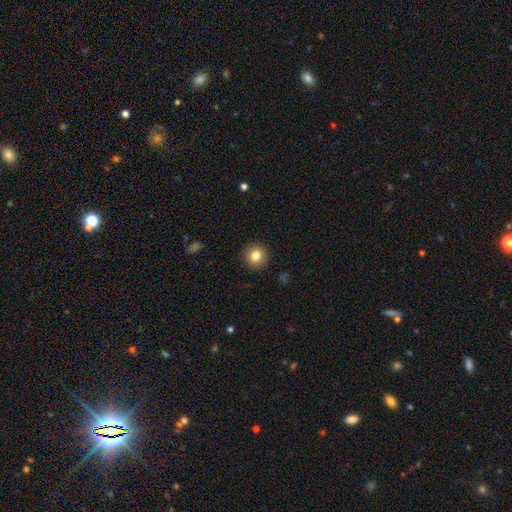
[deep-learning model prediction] Q: Smooth or featured?
A: smooth (82%); runner-up: star or artifact (11%)
Q: How rounded?
A: round (94%); runner-up: in between (5%)
Q: Merging?
A: none (92%); runner-up: minor disturbance (5%)